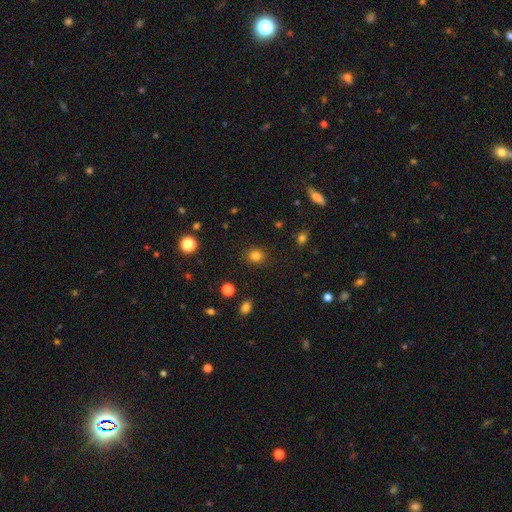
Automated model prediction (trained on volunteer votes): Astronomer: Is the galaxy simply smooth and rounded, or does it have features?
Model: smooth — 81%.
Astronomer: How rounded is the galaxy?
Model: round — 78%.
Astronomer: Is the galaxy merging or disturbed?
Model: none — 89%.